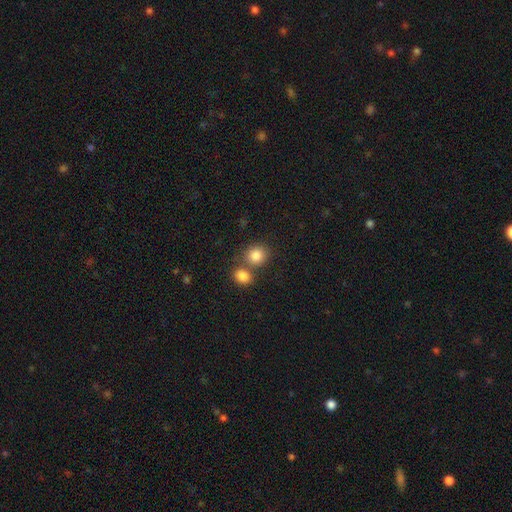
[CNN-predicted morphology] Smooth or featured?
  - smooth: 84% *
  - star or artifact: 10%
  - featured or disk: 6%
How rounded?
  - round: 77% *
  - in between: 22%
  - cigar-shaped: 1%
Merging?
  - none: 54% *
  - merger: 35%
  - minor disturbance: 8%
  - major disturbance: 3%